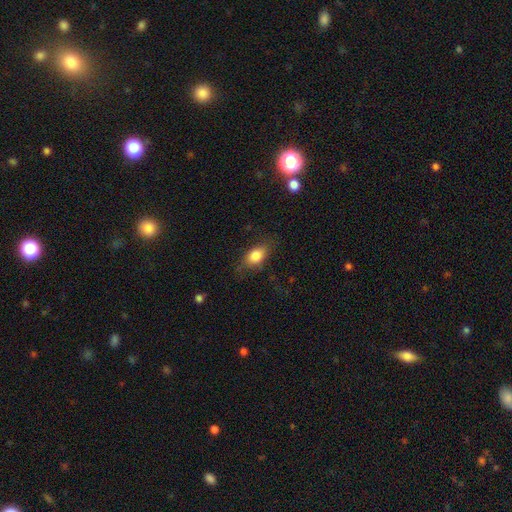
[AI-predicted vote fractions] Smooth or featured? smooth (82%)
How rounded? in between (81%)
Merging? none (71%)